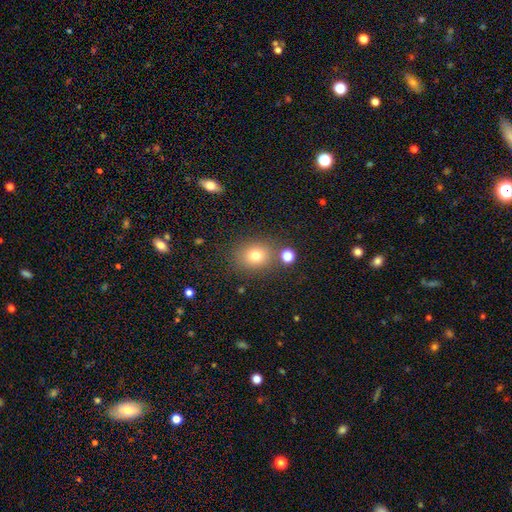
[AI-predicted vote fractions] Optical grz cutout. It shows a smooth galaxy with no disk features (76%) that is round (65%). Merging: none (78%).